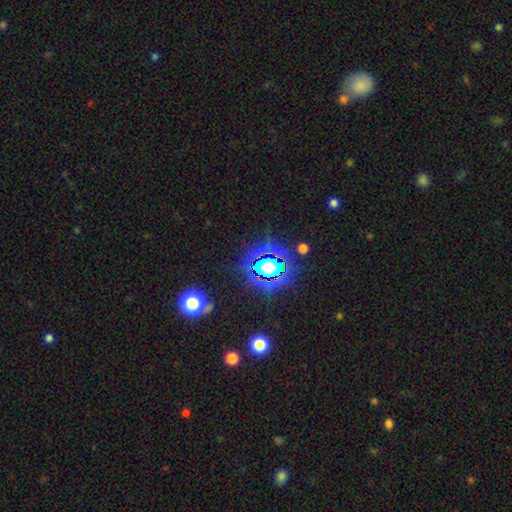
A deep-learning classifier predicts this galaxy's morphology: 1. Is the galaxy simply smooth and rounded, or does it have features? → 82% star or artifact, 11% smooth, 7% featured or disk.